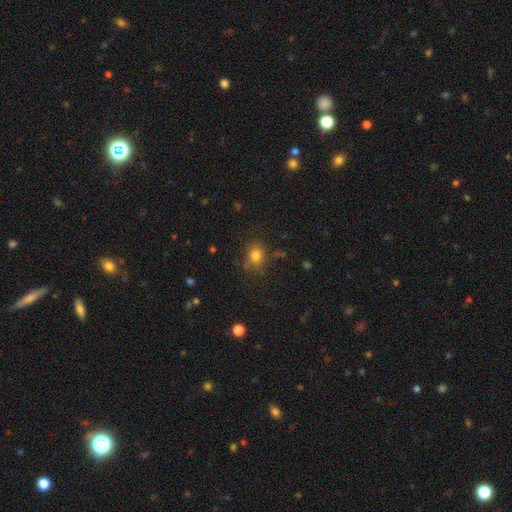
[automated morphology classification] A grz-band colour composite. It shows a smooth galaxy with no disk features (79%) that is round (58%). Merging: none (75%).